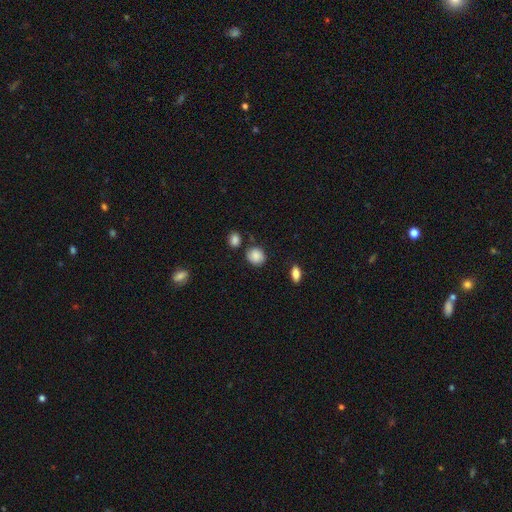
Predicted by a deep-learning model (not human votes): This is likely a smooth galaxy (80%). How rounded: likely round (71%). Merging: likely none (71%).